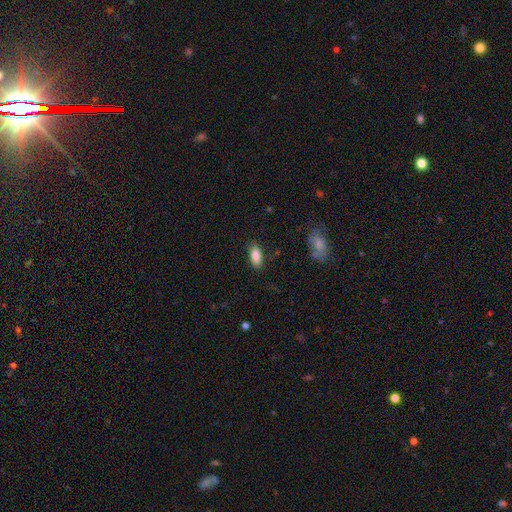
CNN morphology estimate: Smooth or featured: smooth — 88% (star or artifact — 7%)
How rounded: in between — 87% (cigar-shaped — 10%)
Merging: none — 86% (minor disturbance — 10%)